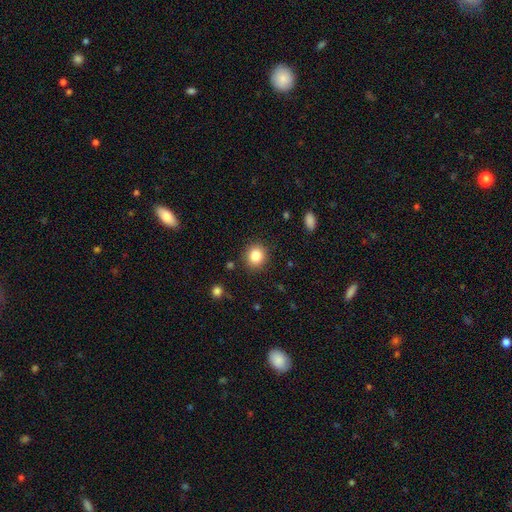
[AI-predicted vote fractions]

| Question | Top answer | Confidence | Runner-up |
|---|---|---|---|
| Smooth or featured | smooth | 84% | star or artifact (10%) |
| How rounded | round | 83% | in between (16%) |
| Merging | none | 89% | minor disturbance (7%) |